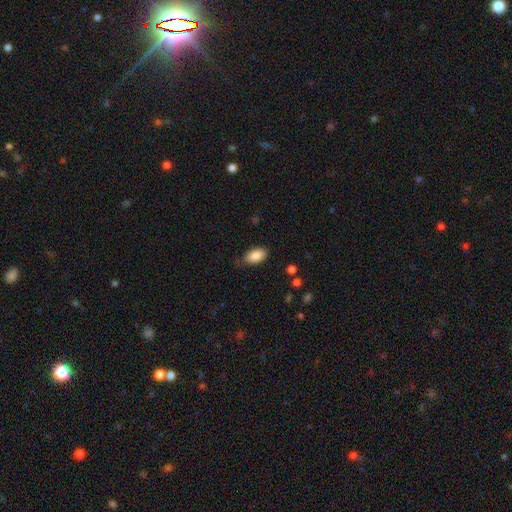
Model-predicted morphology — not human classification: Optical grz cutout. It shows a smooth galaxy with no disk features (88%) that is in between round and cigar-shaped (94%). Merging: none (74%).